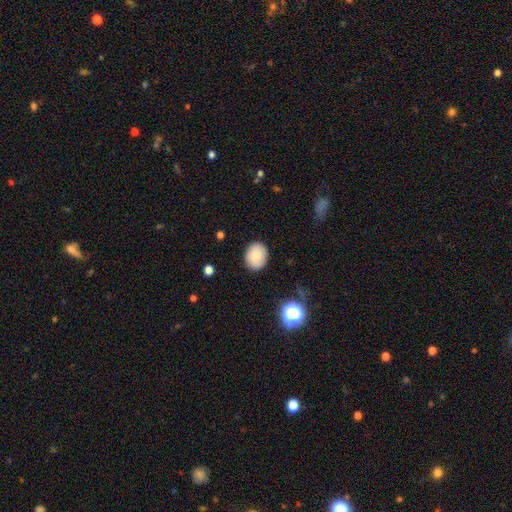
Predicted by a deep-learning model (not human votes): Overall: smooth (84%). How rounded: in between (53%; round 46%). Merging: none (87%).